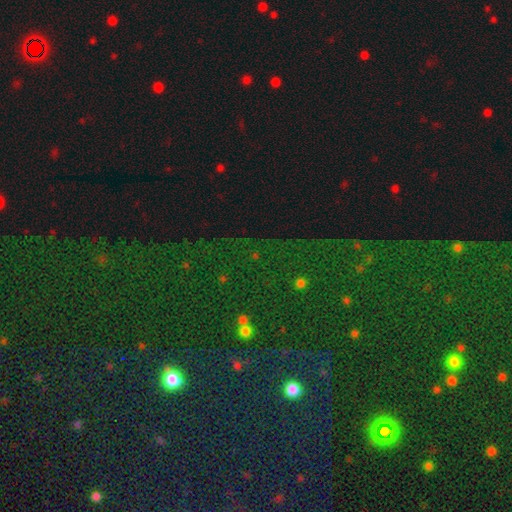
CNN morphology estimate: Smooth or featured? star or artifact (77%)